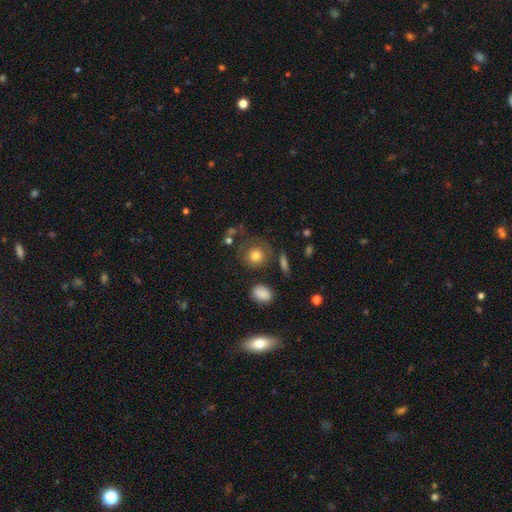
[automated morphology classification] Smooth or featured: smooth — 75% (featured or disk — 15%)
How rounded: round — 85% (in between — 14%)
Merging: none — 65% (minor disturbance — 17%)